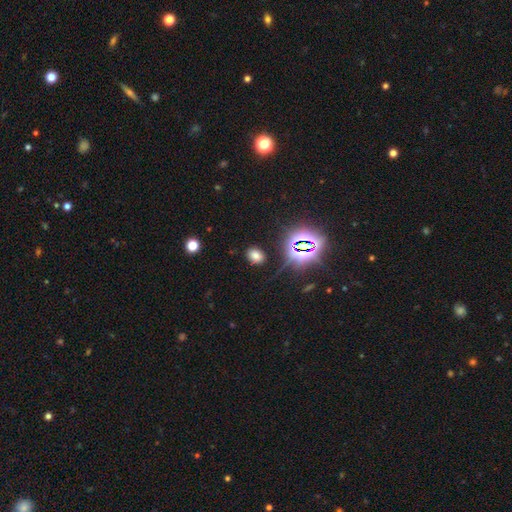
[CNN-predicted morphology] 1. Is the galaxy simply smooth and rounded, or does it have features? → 64% smooth, 28% star or artifact, 8% featured or disk.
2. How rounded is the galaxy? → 70% in between, 28% round, 1% cigar-shaped.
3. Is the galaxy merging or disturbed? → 84% none, 10% minor disturbance, 4% major disturbance, 2% merger.